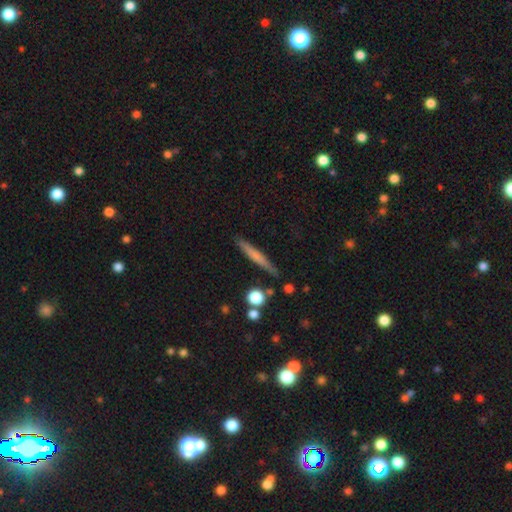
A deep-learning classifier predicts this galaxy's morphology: smooth 61%, featured or disk 33%, star or artifact 7%. Down the decision tree: how rounded — cigar-shaped (94%); merging — none (85%).